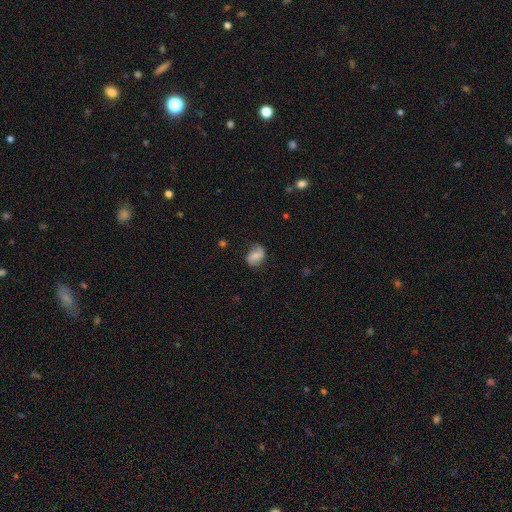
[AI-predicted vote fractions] A featured or disk galaxy (52%) with a weak bar (43%), spiral arms (89%) and a small central bulge (42%). Merging: none (74%).